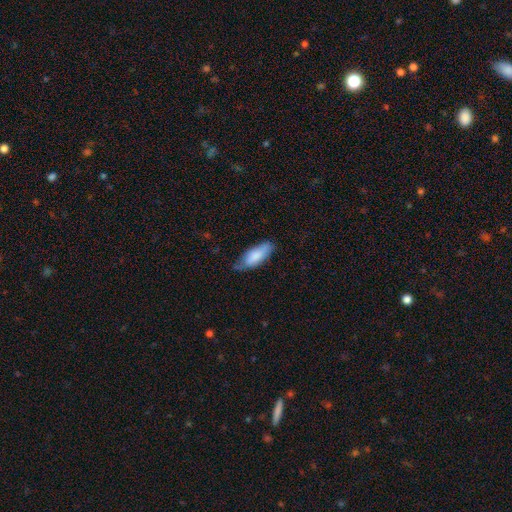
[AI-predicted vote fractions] Q: Smooth or featured?
A: smooth (81%); runner-up: featured or disk (13%)
Q: How rounded?
A: in between (74%); runner-up: cigar-shaped (25%)
Q: Merging?
A: none (60%); runner-up: minor disturbance (32%)